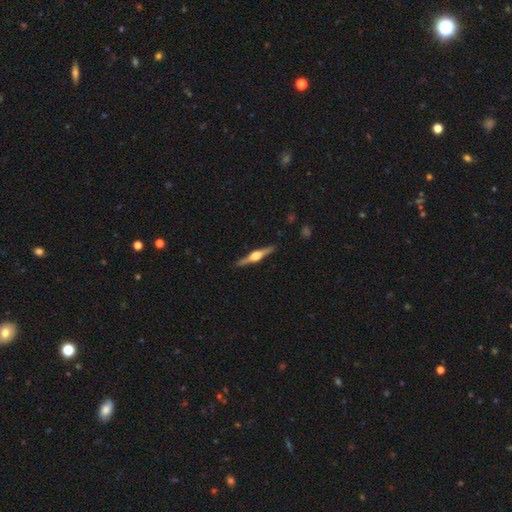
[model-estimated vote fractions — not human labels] Morphology: type=featured or disk (82%); edge-on=yes (98%); edge-on bulge=rounded (93%); merging=none (90%).